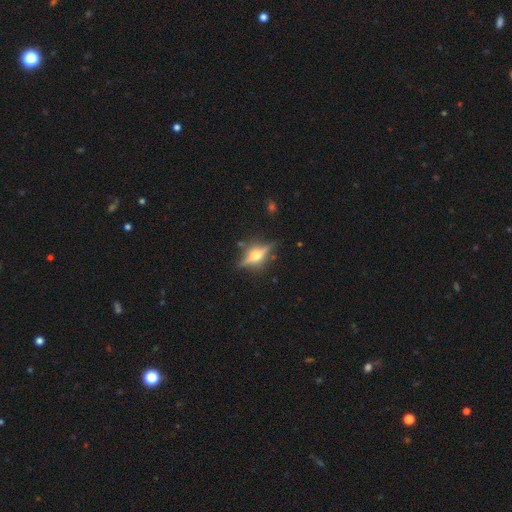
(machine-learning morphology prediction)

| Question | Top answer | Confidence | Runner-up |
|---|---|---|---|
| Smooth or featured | featured or disk | 76% | smooth (15%) |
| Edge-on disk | yes | 95% | no (5%) |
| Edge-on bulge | rounded | 96% | boxy (3%) |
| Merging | none | 84% | minor disturbance (11%) |